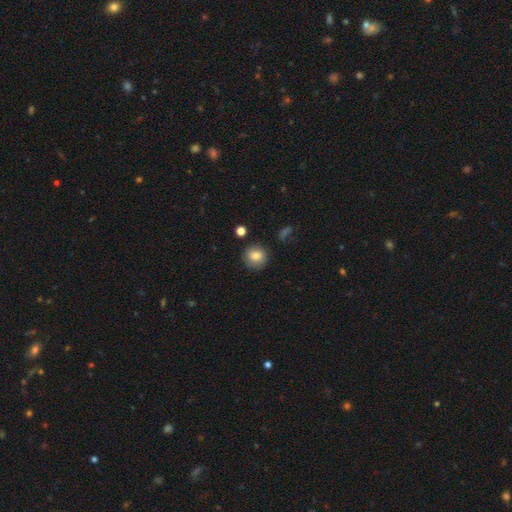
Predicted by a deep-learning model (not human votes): Q: Smooth or featured?
A: smooth (82%); runner-up: star or artifact (9%)
Q: How rounded?
A: round (87%); runner-up: in between (12%)
Q: Merging?
A: none (84%); runner-up: minor disturbance (10%)